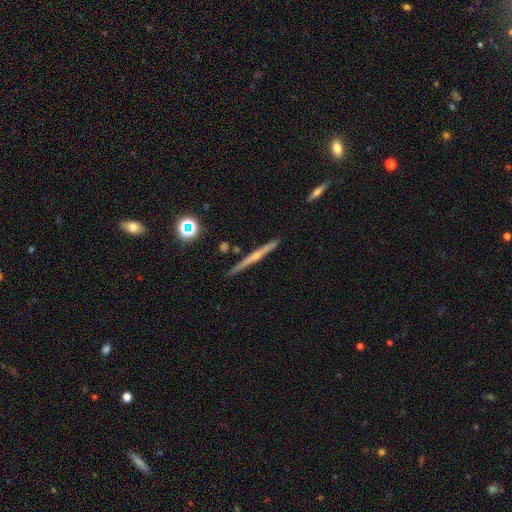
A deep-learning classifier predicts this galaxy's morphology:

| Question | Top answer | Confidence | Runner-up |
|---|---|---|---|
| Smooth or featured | featured or disk | 71% | smooth (21%) |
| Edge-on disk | yes | 98% | no (2%) |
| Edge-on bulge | rounded | 67% | none (27%) |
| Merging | none | 90% | minor disturbance (7%) |